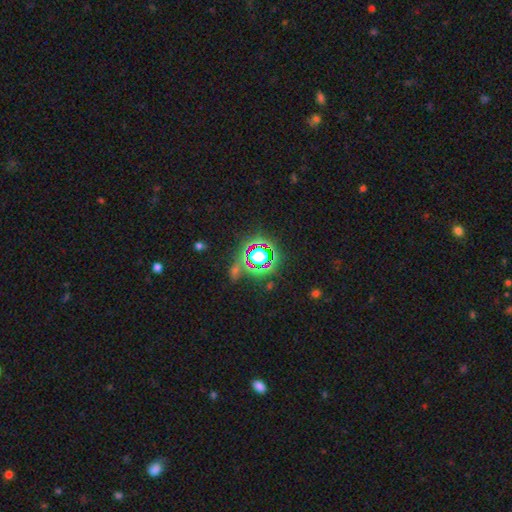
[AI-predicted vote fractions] smooth-or-featured: star or artifact: 76% | smooth: 17% | featured or disk: 8%